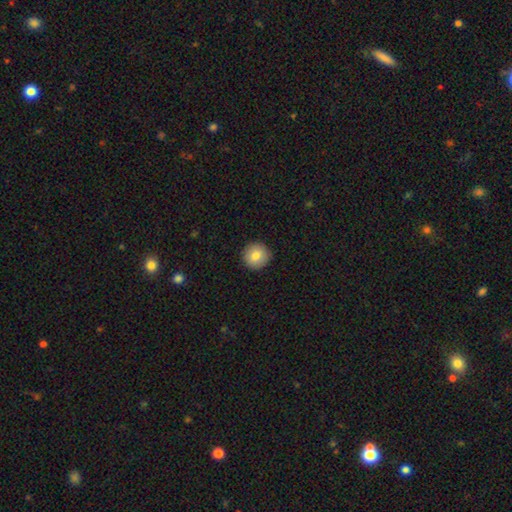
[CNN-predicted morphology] This is clearly a smooth galaxy (81%). How rounded: clearly round (95%). Merging: clearly none (91%).